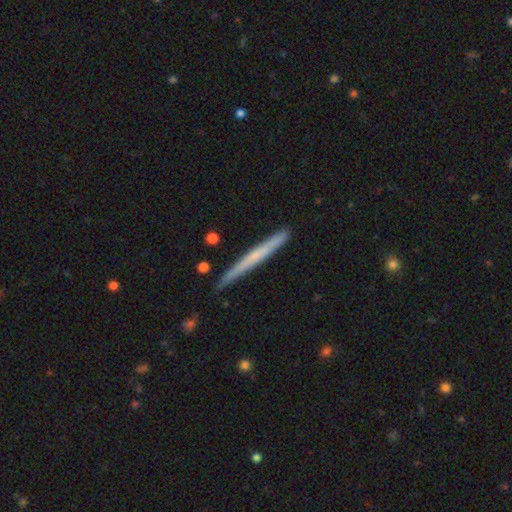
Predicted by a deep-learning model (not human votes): Morphology: type=smooth (50%); merging=none (88%).